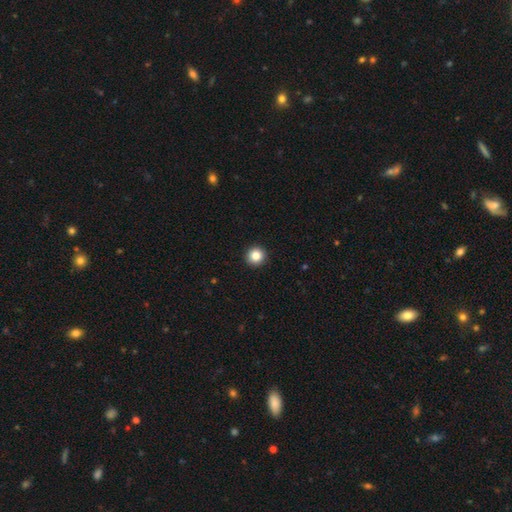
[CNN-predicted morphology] Smooth or featured: smooth — 85% (star or artifact — 10%)
How rounded: round — 95% (in between — 4%)
Merging: none — 93% (minor disturbance — 4%)